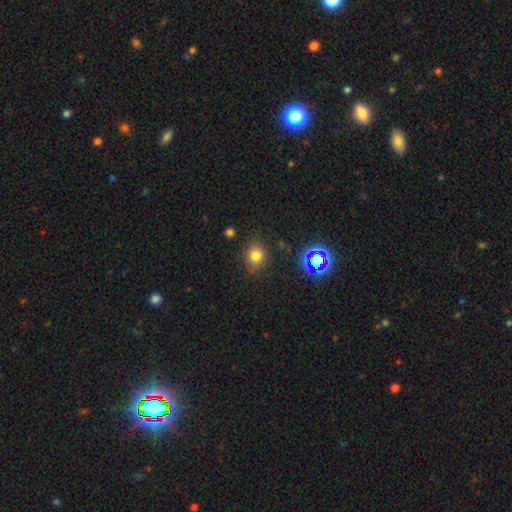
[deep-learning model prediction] smooth-or-featured: smooth: 75% | star or artifact: 17% | featured or disk: 8%
  how-rounded: round: 68% | in between: 31% | cigar-shaped: 1%
  merging: none: 78% | minor disturbance: 16% | major disturbance: 4% | merger: 2%